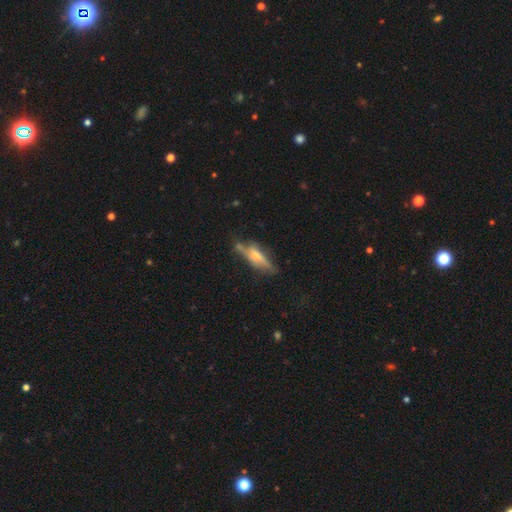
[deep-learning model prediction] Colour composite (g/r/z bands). It shows a featured or disk galaxy (49%). Merging: none (55%).